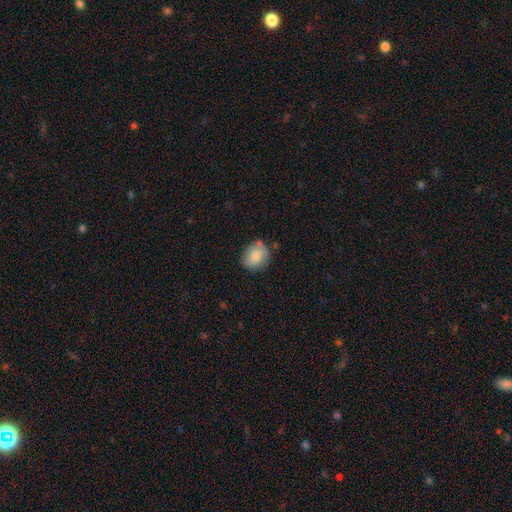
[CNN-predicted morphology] smooth_or_featured: smooth (p=0.80) [alt: featured or disk p=0.12]
how_rounded: round (p=0.55) [alt: in between p=0.44]
merging: none (p=0.73) [alt: minor disturbance p=0.18]